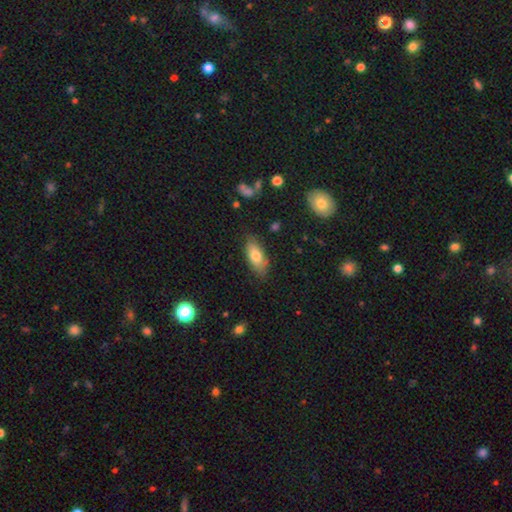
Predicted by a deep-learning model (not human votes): Smooth or featured? smooth (74%)
How rounded? in between (82%)
Merging? none (78%)